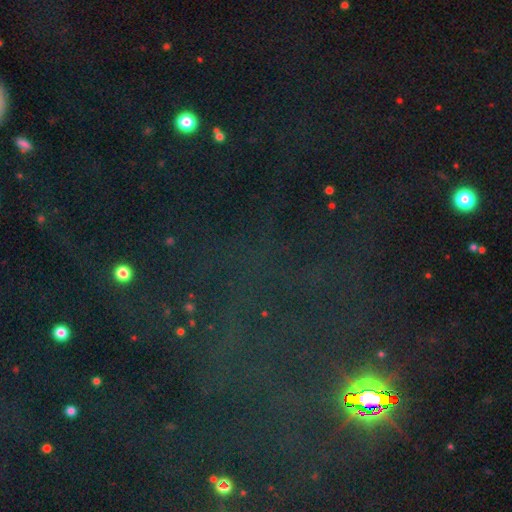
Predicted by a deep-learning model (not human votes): The model was most divided on "smooth or featured": star or artifact: 78%, smooth: 14%, featured or disk: 8%.